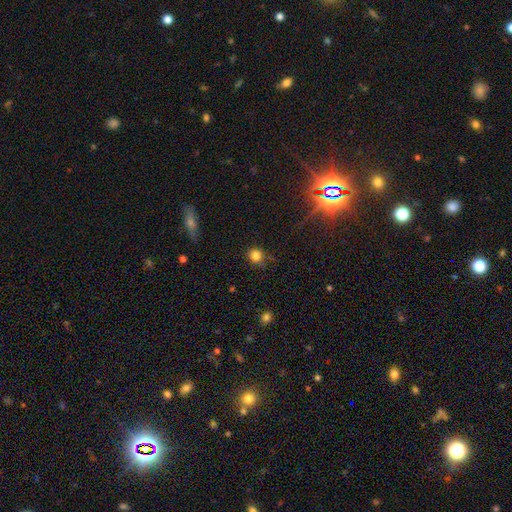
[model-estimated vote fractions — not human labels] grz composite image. It shows a smooth galaxy with no disk features (81%) that is round (88%). Merging: none (78%).